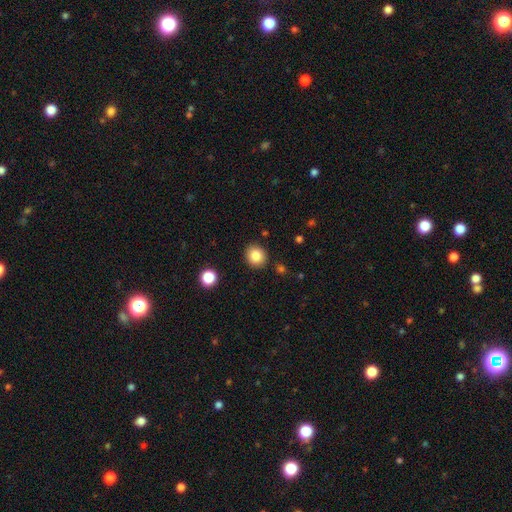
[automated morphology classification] Smooth or featured?
  - smooth: 85% *
  - star or artifact: 10%
  - featured or disk: 5%
How rounded?
  - round: 79% *
  - in between: 20%
  - cigar-shaped: 1%
Merging?
  - none: 88% *
  - minor disturbance: 7%
  - major disturbance: 2%
  - merger: 2%